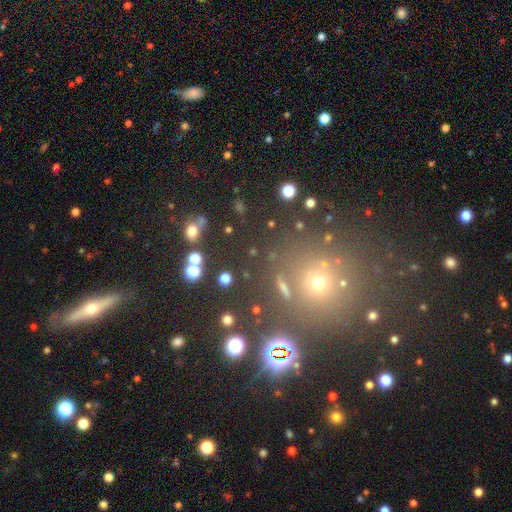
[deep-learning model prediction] Smooth or featured?
  - star or artifact: 47% *
  - smooth: 39%
  - featured or disk: 14%